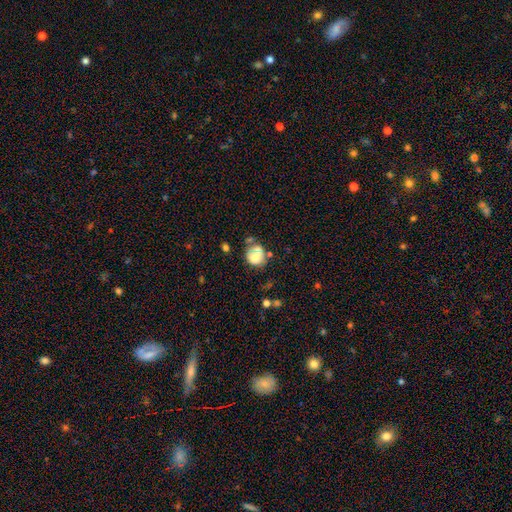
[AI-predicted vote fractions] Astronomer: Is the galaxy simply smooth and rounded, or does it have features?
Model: smooth — 60%.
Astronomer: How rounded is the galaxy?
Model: round — 65%.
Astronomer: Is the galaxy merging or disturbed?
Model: merger — 37% (runner-up: none, 35%).